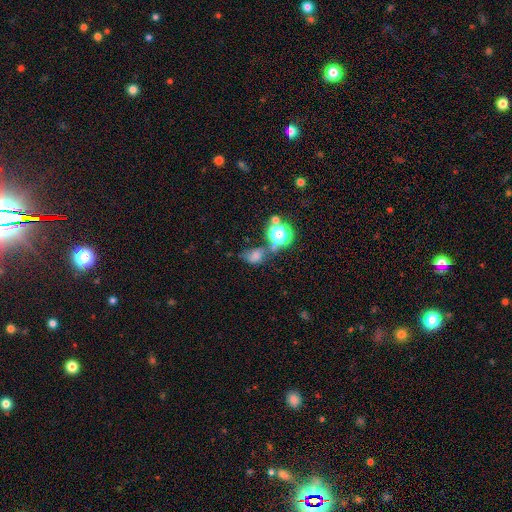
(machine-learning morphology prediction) The model was most divided on "how rounded" (2-way tie): in between: 49%, round: 49%, cigar-shaped: 2%. Remaining: smooth or featured — smooth (51%); merging — none (47%).